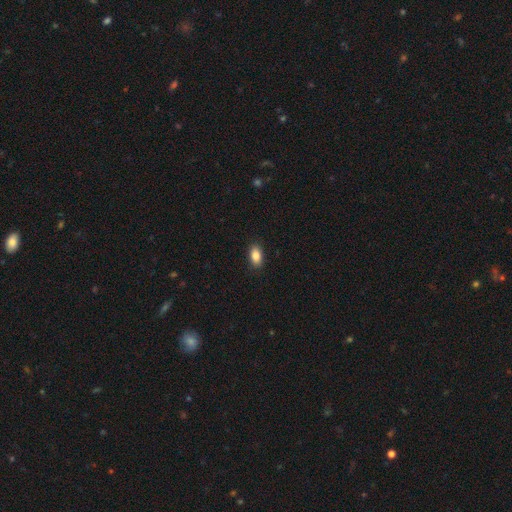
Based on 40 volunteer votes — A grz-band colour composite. It shows a smooth galaxy with no disk features (85%) that is in between round and cigar-shaped (82%). Merging: none (86%).